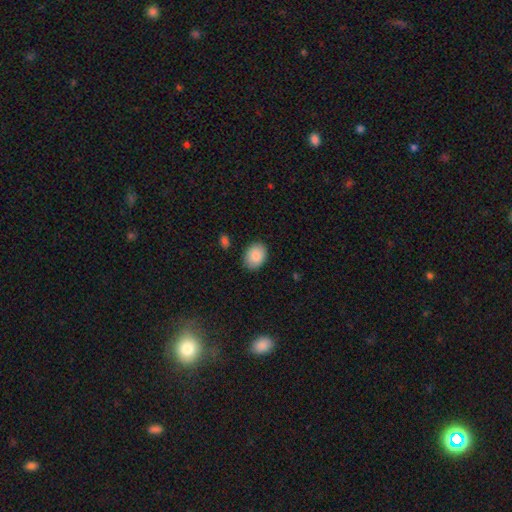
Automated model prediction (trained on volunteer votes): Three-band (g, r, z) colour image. It shows a smooth galaxy with no disk features (88%) that is in between round and cigar-shaped (67%). Merging: none (87%).